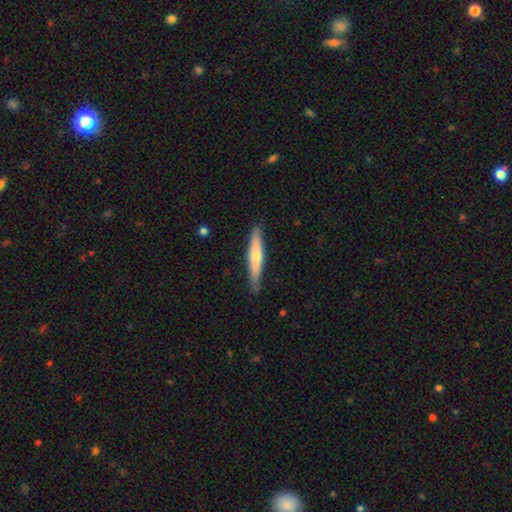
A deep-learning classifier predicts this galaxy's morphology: smooth 53%, featured or disk 42%, star or artifact 5%. Down the decision tree: how rounded — cigar-shaped (91%); merging — none (85%).